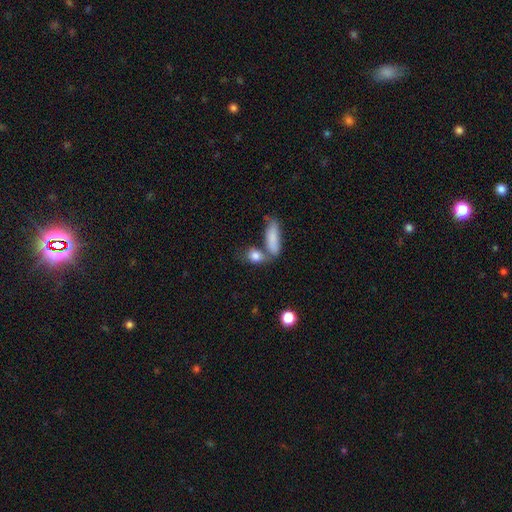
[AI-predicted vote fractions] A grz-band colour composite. It shows a smooth galaxy with no disk features (83%) that is in between round and cigar-shaped (58%). Merging: none (49%).